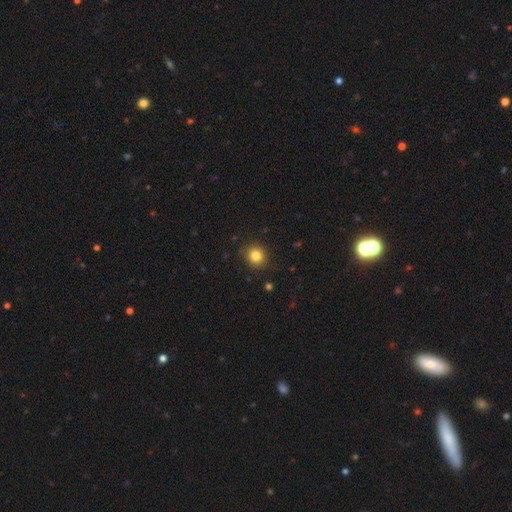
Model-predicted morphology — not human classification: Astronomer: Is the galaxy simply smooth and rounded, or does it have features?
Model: smooth — 83%.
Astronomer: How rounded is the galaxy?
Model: round — 89%.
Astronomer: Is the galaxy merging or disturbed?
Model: none — 89%.